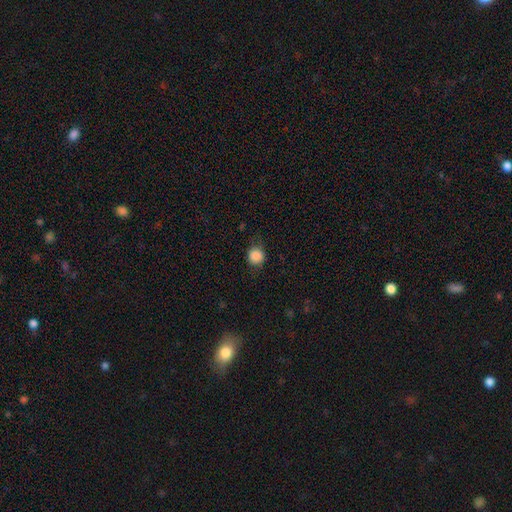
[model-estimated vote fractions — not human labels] A smooth galaxy with no disk features (86%) that is round (85%). Merging: none (74%).